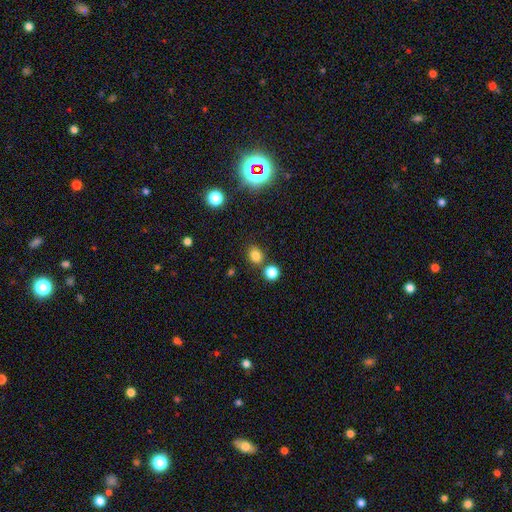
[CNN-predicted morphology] Smooth or featured: smooth — 78% (star or artifact — 15%)
How rounded: round — 58% (in between — 40%)
Merging: none — 75% (merger — 12%)